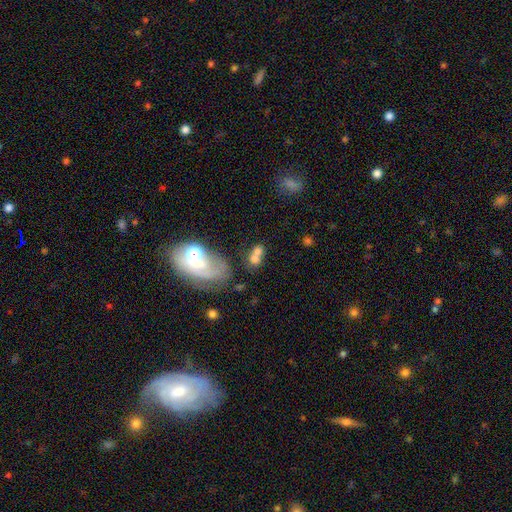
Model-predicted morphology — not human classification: This is likely a smooth galaxy (64%). How rounded: possibly in between (57%). Merging: possibly merger (53%).